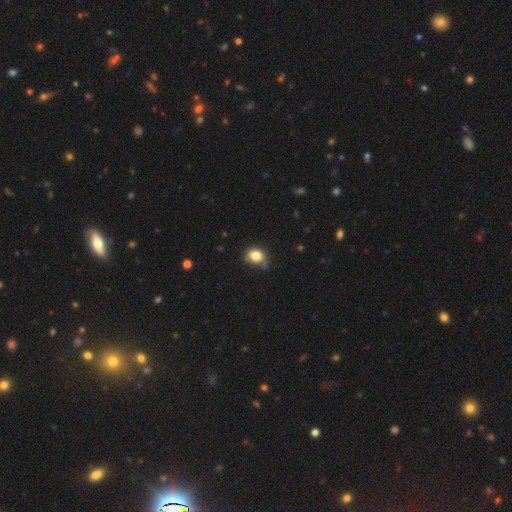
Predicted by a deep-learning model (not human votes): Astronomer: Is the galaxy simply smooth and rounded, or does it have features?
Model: smooth — 83%.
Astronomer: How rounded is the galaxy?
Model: in between — 52% (runner-up: round, 47%).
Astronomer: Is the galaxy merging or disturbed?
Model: none — 57% (runner-up: minor disturbance, 32%).